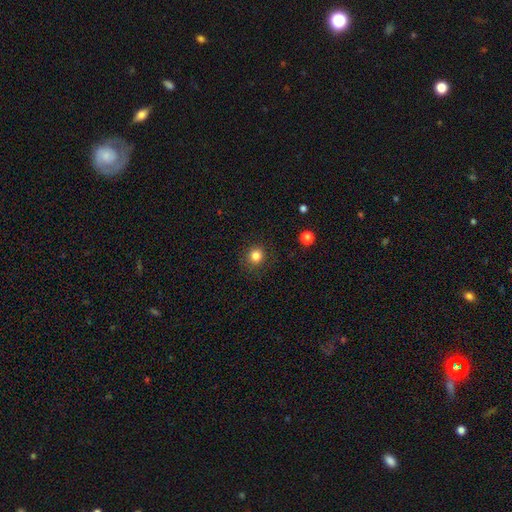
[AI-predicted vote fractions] This is clearly a smooth galaxy (83%). How rounded: clearly round (91%). Merging: clearly none (88%).